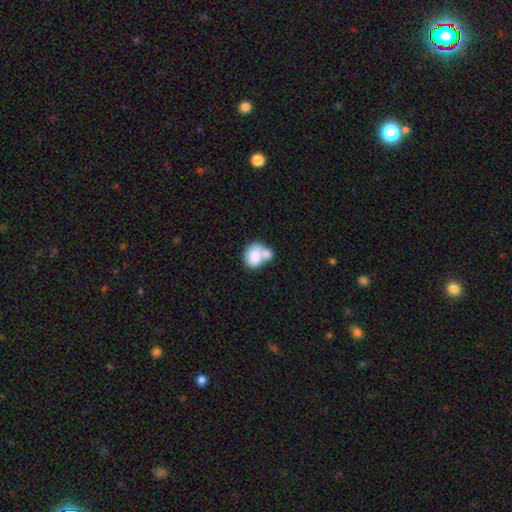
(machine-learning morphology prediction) Smooth or featured? Predicted: smooth (p=0.78). How rounded? Predicted: in between (p=0.51). Merging? Predicted: merger (p=0.64).